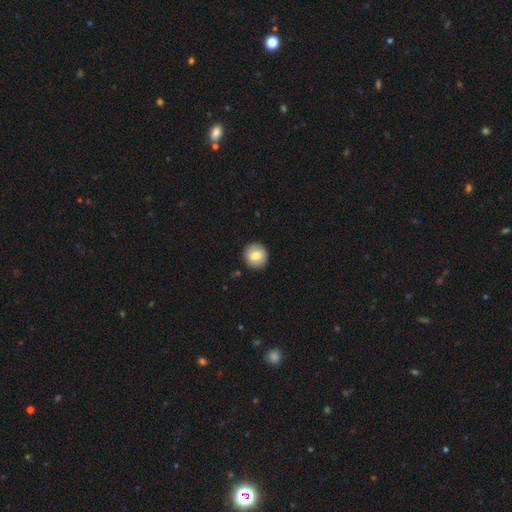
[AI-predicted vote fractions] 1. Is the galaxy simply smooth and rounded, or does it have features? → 80% smooth, 12% featured or disk, 7% star or artifact.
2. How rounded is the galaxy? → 92% round, 7% in between, 1% cigar-shaped.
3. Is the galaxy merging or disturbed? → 90% none, 7% minor disturbance, 2% major disturbance, 1% merger.